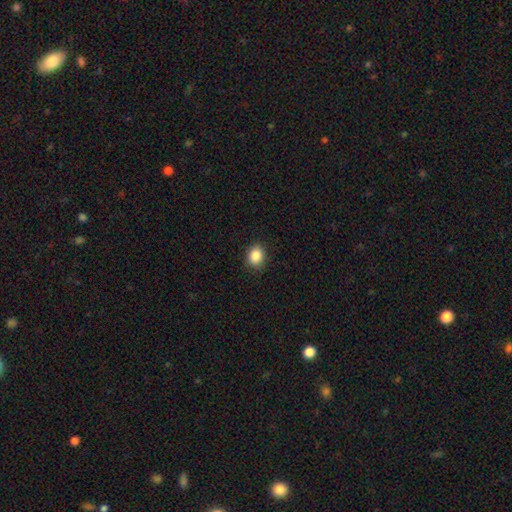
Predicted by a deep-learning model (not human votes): This is clearly a smooth galaxy (87%). How rounded: possibly round (53%). Merging: clearly none (88%).